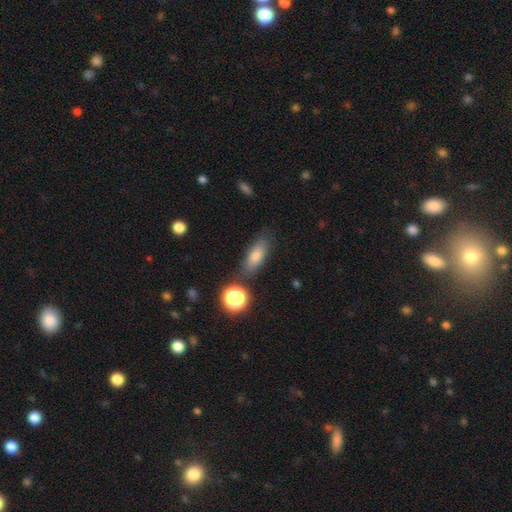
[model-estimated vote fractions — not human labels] Morphology: type=smooth (73%); roundness=in between (65%); merging=none (80%).